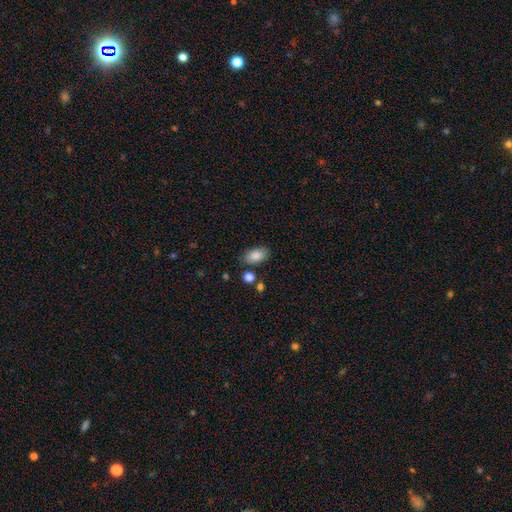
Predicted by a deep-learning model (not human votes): A smooth galaxy with no disk features (84%) that is in between round and cigar-shaped (90%). Merging: none (77%).